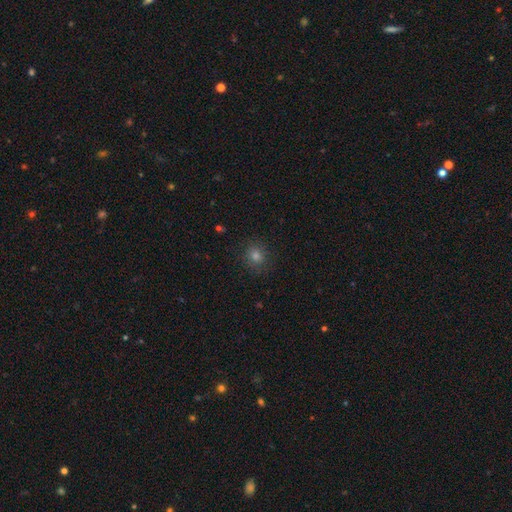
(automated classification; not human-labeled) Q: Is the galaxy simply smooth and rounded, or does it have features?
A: smooth — 72%.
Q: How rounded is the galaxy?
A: round — 86%.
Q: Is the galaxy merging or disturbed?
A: none — 88%.